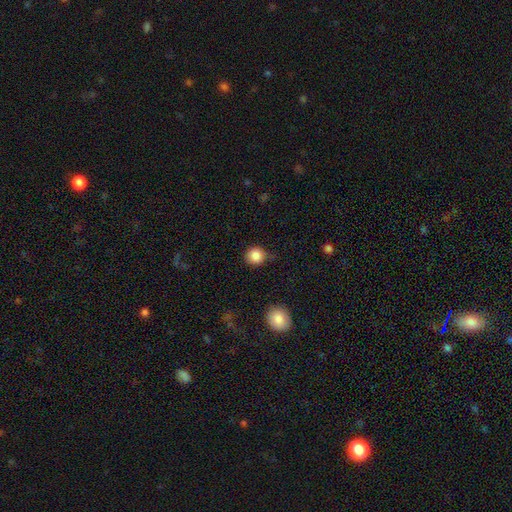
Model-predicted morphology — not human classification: smooth 85%, star or artifact 10%, featured or disk 5%. Down the decision tree: how rounded — round (90%); merging — none (74%).